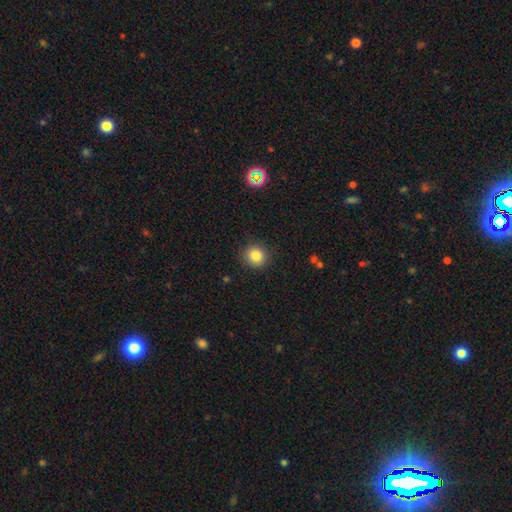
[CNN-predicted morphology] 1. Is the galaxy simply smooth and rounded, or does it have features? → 83% smooth, 11% star or artifact, 6% featured or disk.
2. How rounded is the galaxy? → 90% round, 9% in between, 1% cigar-shaped.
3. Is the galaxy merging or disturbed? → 90% none, 7% minor disturbance, 2% major disturbance, 1% merger.